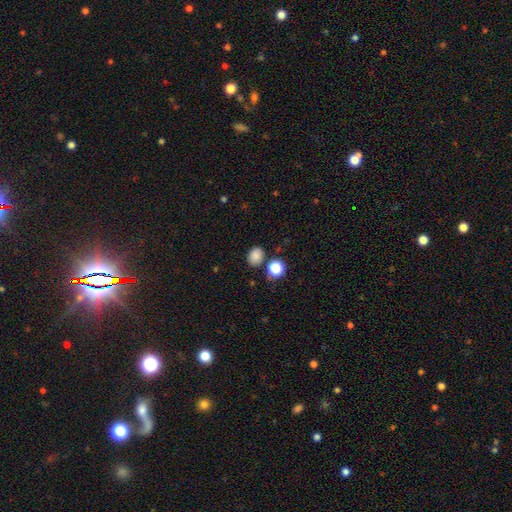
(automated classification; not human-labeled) The model was most divided on "how rounded": in between: 53%, round: 46%, cigar-shaped: 1%. More confident: smooth or featured — smooth (83%); merging — none (79%).